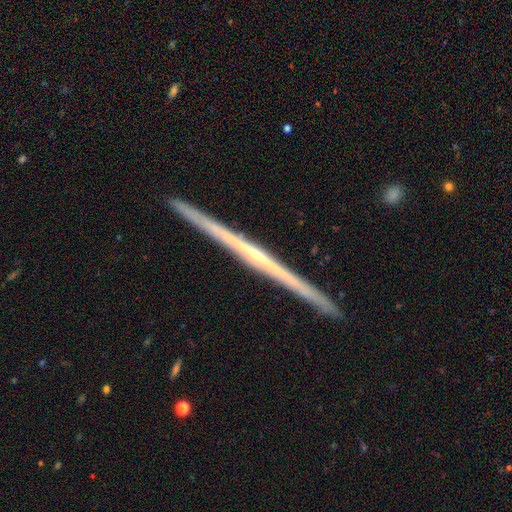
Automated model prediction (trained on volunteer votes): Morphology: type=featured or disk (78%); edge-on=yes (98%); edge-on bulge=none (68%); merging=none (92%).